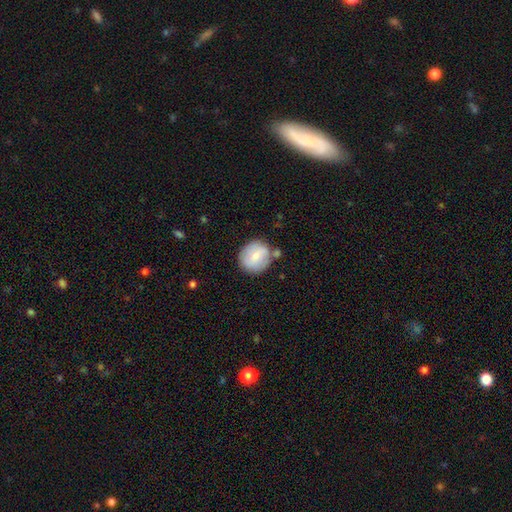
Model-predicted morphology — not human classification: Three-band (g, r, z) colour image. It shows a smooth galaxy with no disk features (70%) that is round (85%). Merging: none (71%).